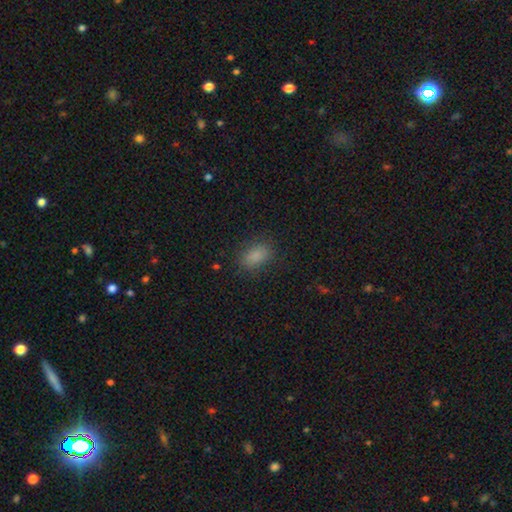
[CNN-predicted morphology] Smooth or featured? Predicted: smooth (p=0.85). How rounded? Predicted: in between (p=0.86). Merging? Predicted: none (p=0.82).